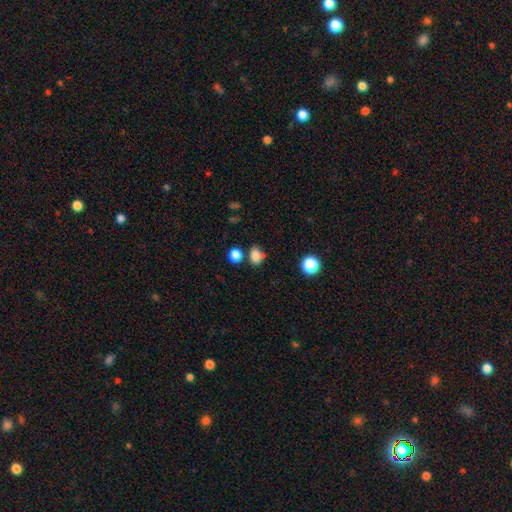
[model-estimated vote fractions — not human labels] Smooth or featured? smooth (81%)
How rounded? in between (60%)
Merging? none (65%)